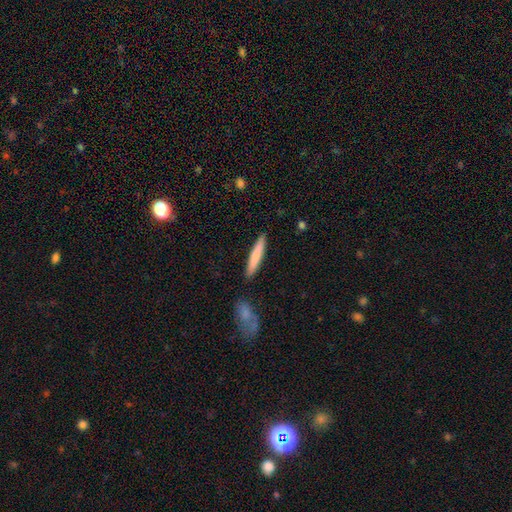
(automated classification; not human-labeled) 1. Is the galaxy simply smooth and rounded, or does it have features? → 75% smooth, 20% featured or disk, 5% star or artifact.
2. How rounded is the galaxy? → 92% cigar-shaped, 7% in between, 1% round.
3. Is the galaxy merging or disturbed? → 88% none, 7% minor disturbance, 3% merger, 2% major disturbance.